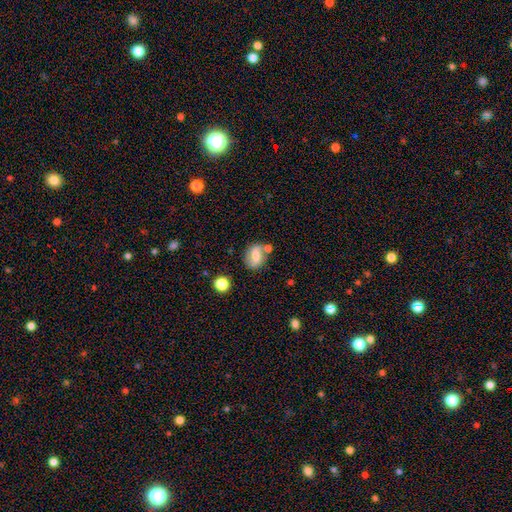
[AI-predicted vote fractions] The model was most divided on "smooth or featured": smooth: 54%, featured or disk: 36%, star or artifact: 10%. More confident: how rounded — in between (61%); merging — none (59%).